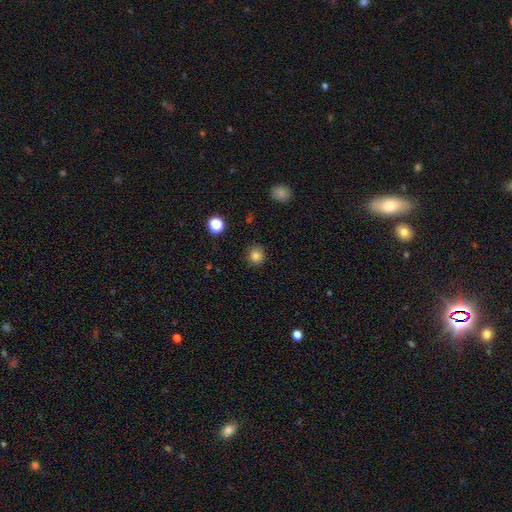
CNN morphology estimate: The model was most divided on "smooth or featured": smooth: 83%, star or artifact: 12%, featured or disk: 5%. More confident: how rounded — round (90%); merging — none (88%).